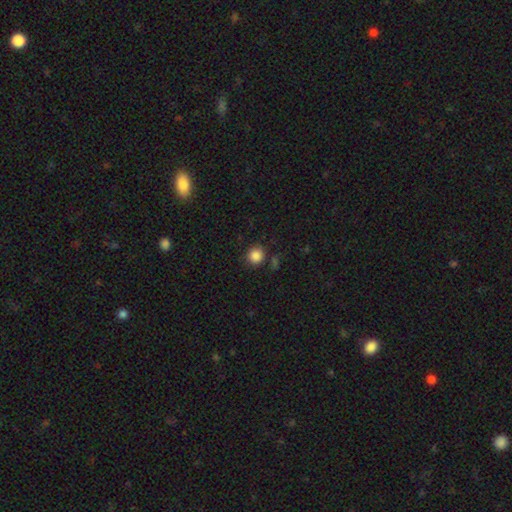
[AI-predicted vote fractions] A smooth galaxy with no disk features (86%) that is round (91%).

Vote fractions:
- Smooth or featured? smooth: 86% / star or artifact: 10% / featured or disk: 4%
- How rounded? round: 91% / in between: 8% / cigar-shaped: 1%
- Merging? none: 84% / minor disturbance: 9% / merger: 4% / major disturbance: 3%